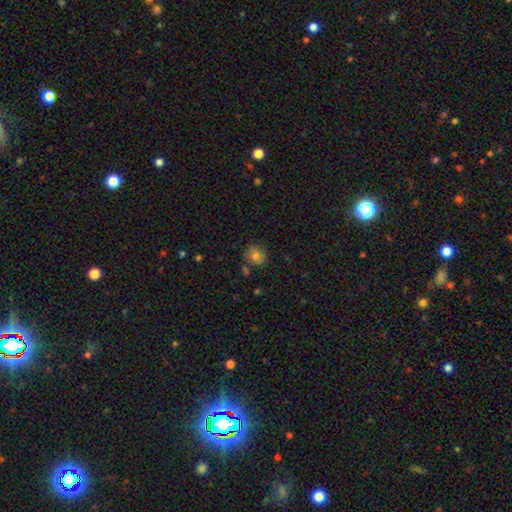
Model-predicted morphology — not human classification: smooth-or-featured: smooth: 78% | star or artifact: 12% | featured or disk: 10%
  how-rounded: round: 71% | in between: 28% | cigar-shaped: 1%
  merging: none: 74% | minor disturbance: 16% | merger: 6% | major disturbance: 4%